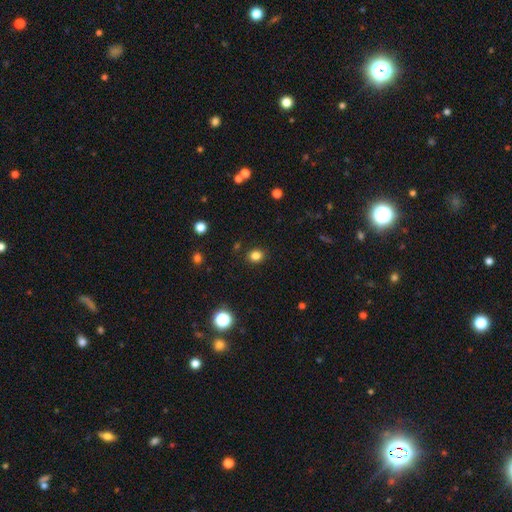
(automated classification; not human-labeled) Smooth or featured?
  - smooth: 83% *
  - star or artifact: 13%
  - featured or disk: 5%
How rounded?
  - round: 65% *
  - in between: 34%
  - cigar-shaped: 1%
Merging?
  - none: 89% *
  - minor disturbance: 7%
  - major disturbance: 2%
  - merger: 2%